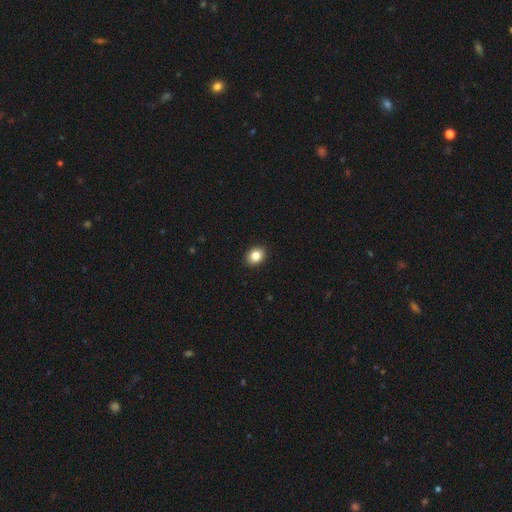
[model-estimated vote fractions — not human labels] The model was most divided on "how rounded": in between: 56%, round: 43%, cigar-shaped: 1%. More confident: merging — none (91%); smooth or featured — smooth (84%).